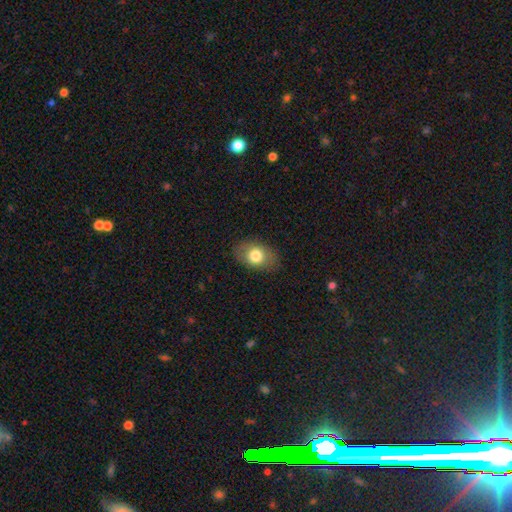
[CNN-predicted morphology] smooth 77%, featured or disk 15%, star or artifact 8%. Down the decision tree: how rounded — in between (77%); merging — none (83%).